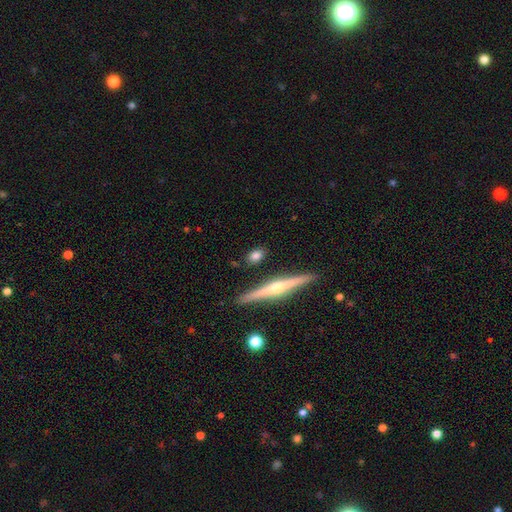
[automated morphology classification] smooth_or_featured: smooth (p=0.63) [alt: featured or disk p=0.29]
how_rounded: in between (p=0.48) [alt: round p=0.26]
merging: none (p=0.84) [alt: minor disturbance p=0.10]